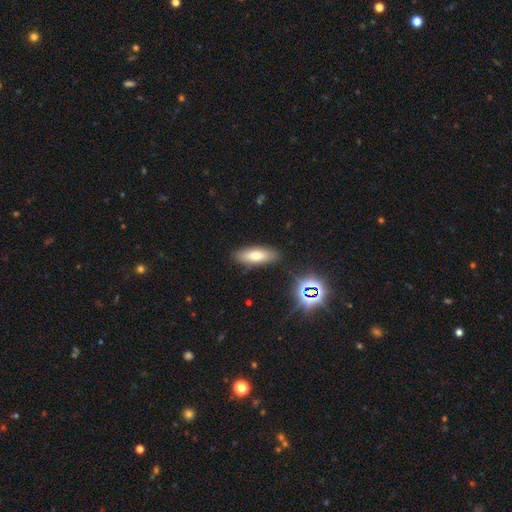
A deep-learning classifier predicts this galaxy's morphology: Smooth or featured: smooth — 69% (featured or disk — 18%)
How rounded: in between — 64% (cigar-shaped — 33%)
Merging: none — 86% (minor disturbance — 9%)